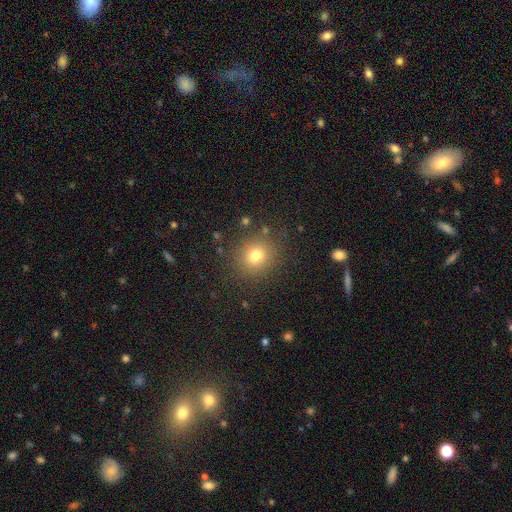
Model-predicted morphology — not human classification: Smooth or featured? smooth (76%)
How rounded? round (85%)
Merging? none (85%)